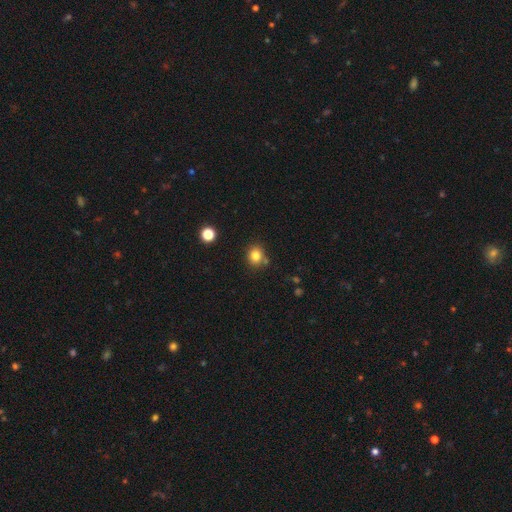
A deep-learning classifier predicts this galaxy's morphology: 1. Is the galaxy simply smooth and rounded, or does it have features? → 81% smooth, 12% star or artifact, 7% featured or disk.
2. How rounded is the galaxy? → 80% round, 20% in between, 1% cigar-shaped.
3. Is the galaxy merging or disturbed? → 77% none, 11% minor disturbance, 9% merger, 3% major disturbance.